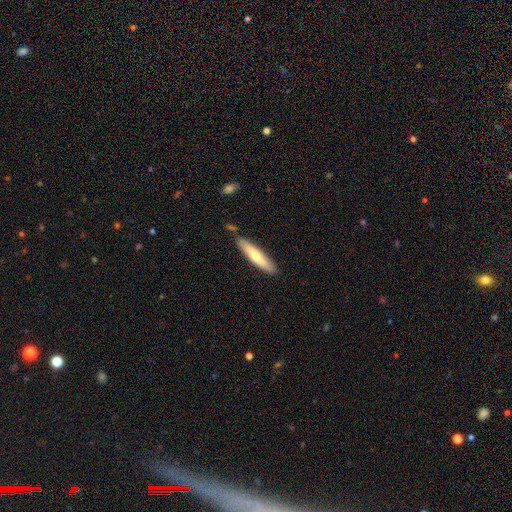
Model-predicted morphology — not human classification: This appears to be a smooth galaxy with no disk features (62%) that is cigar-shaped (84%). Merging: none (84%).